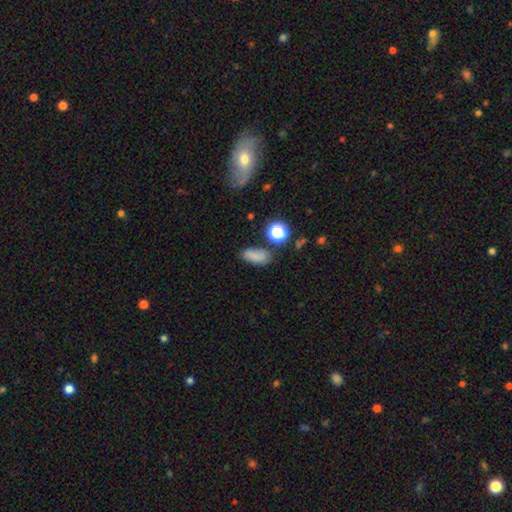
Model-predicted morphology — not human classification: A smooth galaxy with no disk features (75%) that is in between round and cigar-shaped (82%). Merging: none (71%).